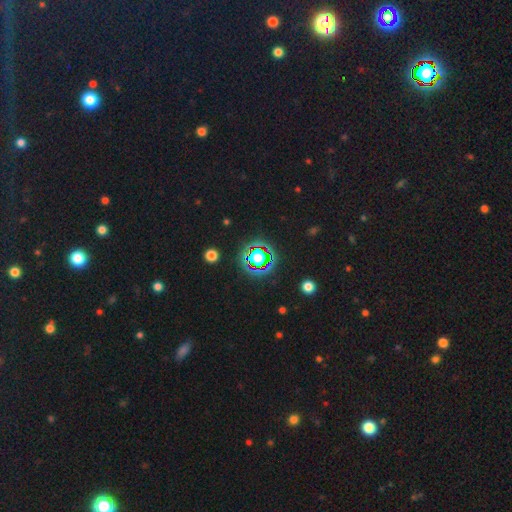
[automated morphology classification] Q: Smooth or featured?
A: star or artifact (64%); runner-up: smooth (22%)